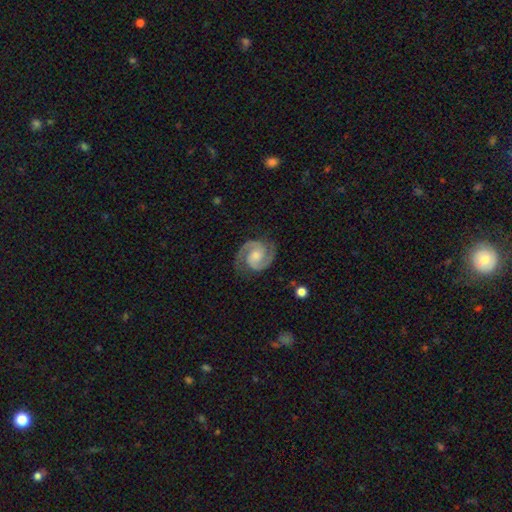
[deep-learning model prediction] This is clearly a featured or disk galaxy (93%). It is clearly not viewed edge-on (98%). Bar: likely no (60%). Spiral arm pattern: clearly yes (99%). Spiral arm count: clearly 2 (94%). Spiral winding: possibly medium (50%). Central bulge: marginally moderate (44%). Merging: clearly none (83%).